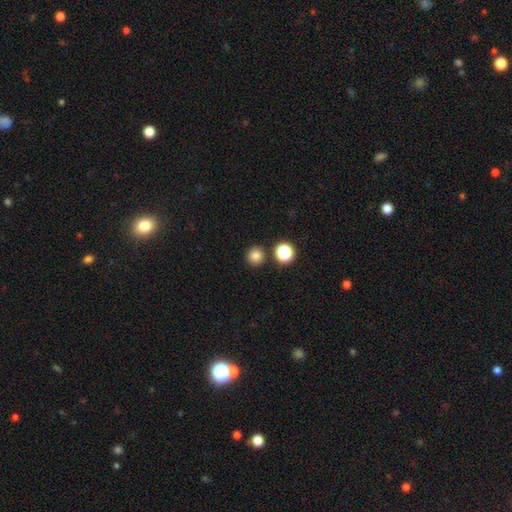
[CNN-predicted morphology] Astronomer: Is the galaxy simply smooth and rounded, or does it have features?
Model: smooth — 81%.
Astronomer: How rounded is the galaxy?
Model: round — 94%.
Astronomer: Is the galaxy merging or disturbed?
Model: none — 87%.